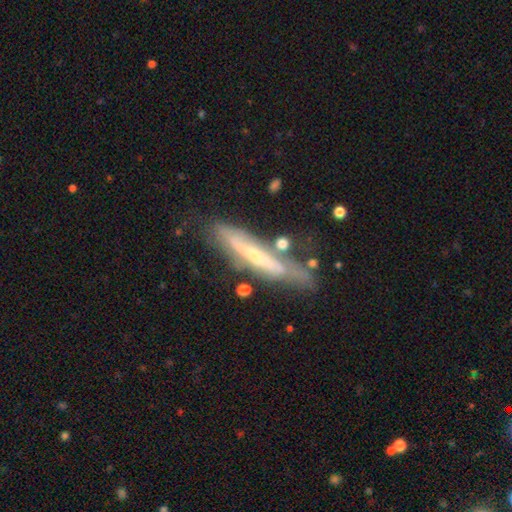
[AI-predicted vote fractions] Smooth or featured?
  - featured or disk: 65% *
  - smooth: 28%
  - star or artifact: 7%
Edge-on disk?
  - yes: 72% *
  - no: 28%
Merging?
  - none: 57% *
  - minor disturbance: 24%
  - major disturbance: 10%
  - merger: 8%